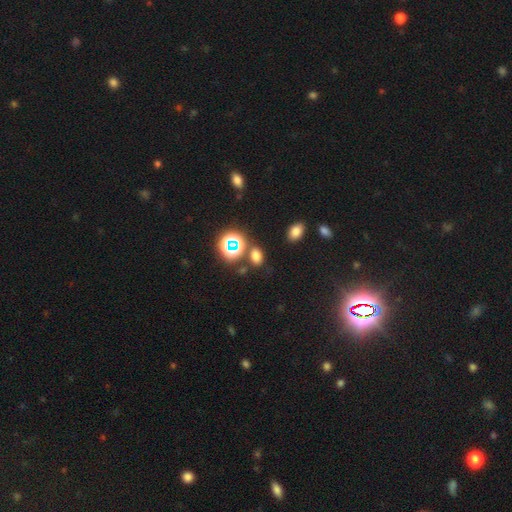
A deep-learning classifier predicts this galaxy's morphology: Q: Smooth or featured?
A: smooth (66%); runner-up: star or artifact (28%)
Q: How rounded?
A: in between (75%); runner-up: round (23%)
Q: Merging?
A: none (77%); runner-up: minor disturbance (11%)